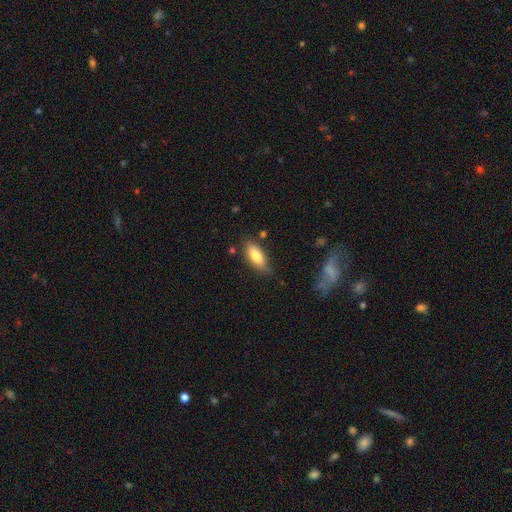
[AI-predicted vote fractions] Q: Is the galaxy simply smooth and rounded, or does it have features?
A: smooth — 79%.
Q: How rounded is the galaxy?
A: in between — 80%.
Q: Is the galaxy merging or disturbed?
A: none — 74%.